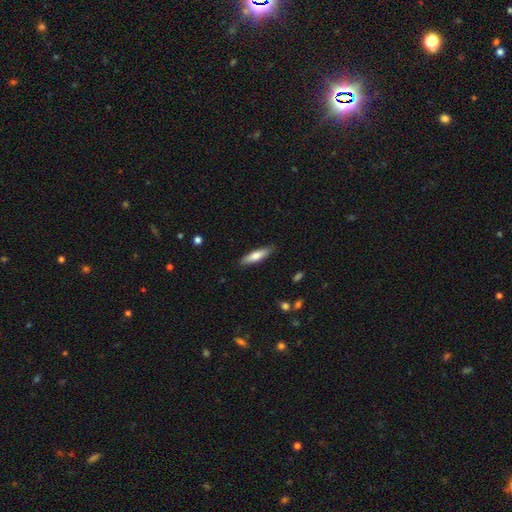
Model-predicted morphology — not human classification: Smooth or featured? Predicted: smooth (p=0.70). How rounded? Predicted: cigar-shaped (p=0.69). Merging? Predicted: none (p=0.87).